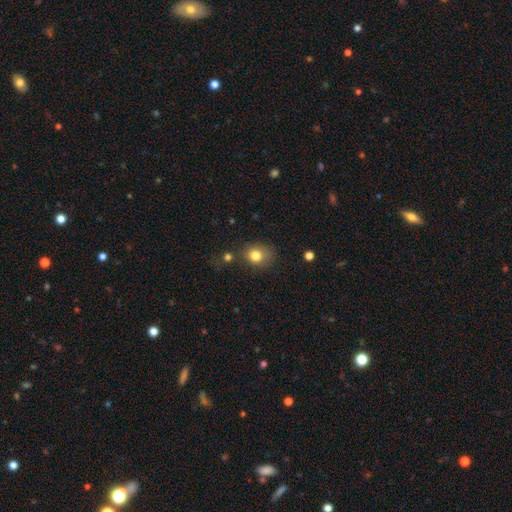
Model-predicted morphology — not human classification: The model was most divided on "how rounded": round: 65%, in between: 34%, cigar-shaped: 1%. More confident: smooth or featured — smooth (81%); merging — none (64%).